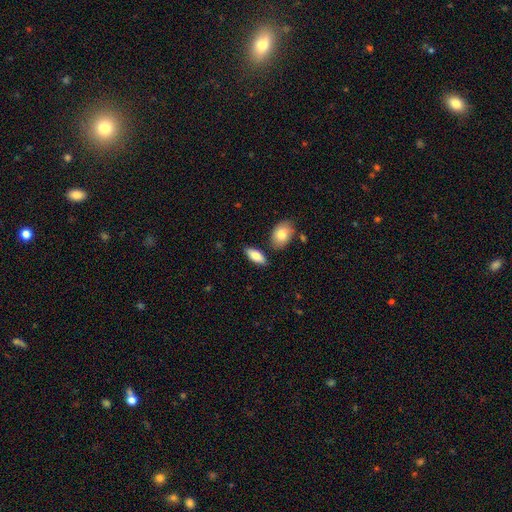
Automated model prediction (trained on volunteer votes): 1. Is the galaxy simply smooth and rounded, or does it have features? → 79% smooth, 15% featured or disk, 6% star or artifact.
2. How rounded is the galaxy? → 83% in between, 15% cigar-shaped, 2% round.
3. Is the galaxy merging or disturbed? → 79% none, 12% minor disturbance, 7% merger, 3% major disturbance.